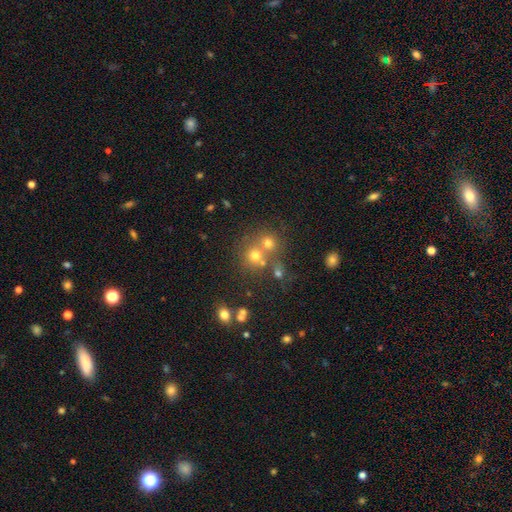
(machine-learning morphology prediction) The model was most divided on "merging": none: 48%, merger: 39%, minor disturbance: 8%, major disturbance: 4%. More confident: how rounded — round (84%); smooth or featured — smooth (62%).